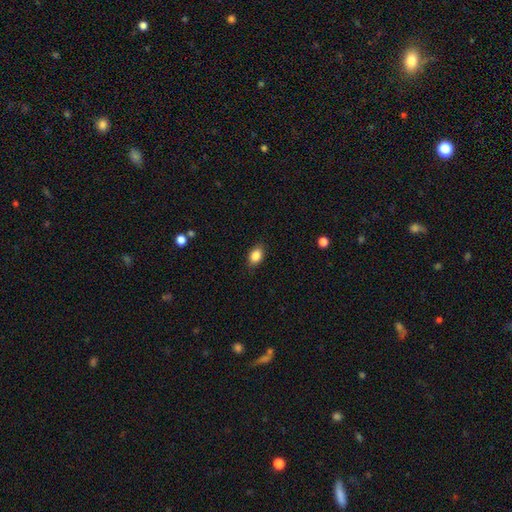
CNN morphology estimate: type=smooth (86%); roundness=in between (79%); merging=none (84%).